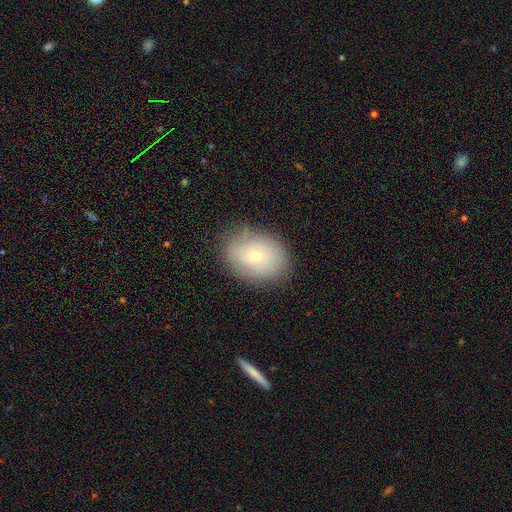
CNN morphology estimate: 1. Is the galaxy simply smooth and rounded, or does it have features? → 60% smooth, 29% featured or disk, 10% star or artifact.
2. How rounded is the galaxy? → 60% in between, 39% round, 1% cigar-shaped.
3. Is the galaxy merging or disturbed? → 81% none, 14% minor disturbance, 4% major disturbance, 1% merger.